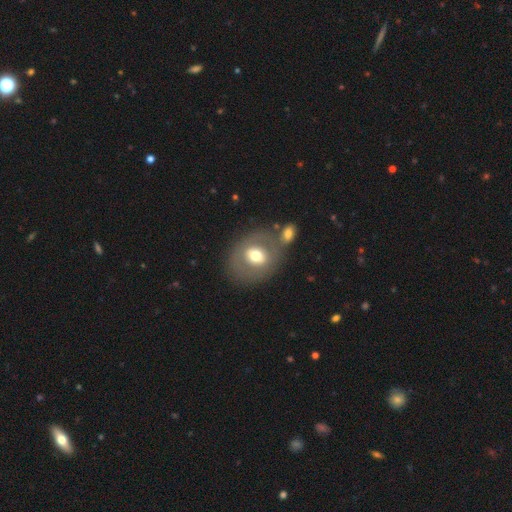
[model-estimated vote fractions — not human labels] Smooth or featured?
  - smooth: 57% *
  - featured or disk: 36%
  - star or artifact: 8%
How rounded?
  - round: 55% *
  - in between: 44%
  - cigar-shaped: 1%
Merging?
  - none: 61% *
  - merger: 20%
  - minor disturbance: 13%
  - major disturbance: 7%